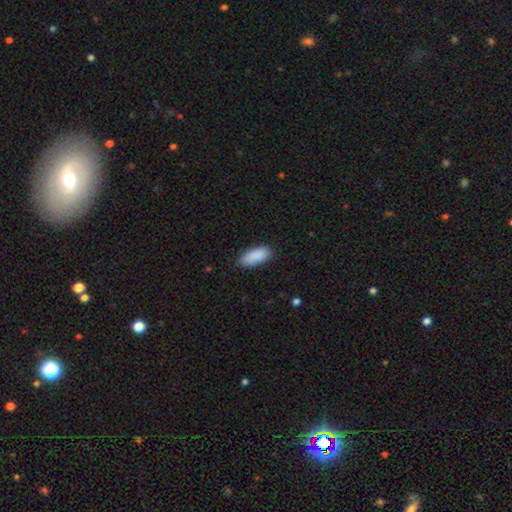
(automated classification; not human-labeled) Overall: smooth (89%). How rounded: in between (85%). Merging: none (80%).